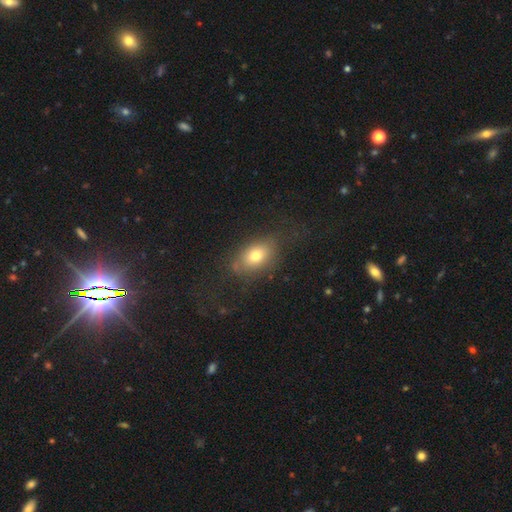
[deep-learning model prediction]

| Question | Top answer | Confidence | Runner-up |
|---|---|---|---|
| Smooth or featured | smooth | 70% | featured or disk (19%) |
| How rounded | in between | 83% | round (15%) |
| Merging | none | 63% | minor disturbance (20%) |